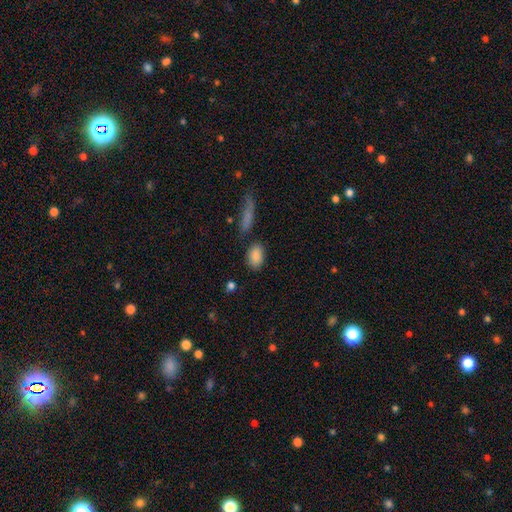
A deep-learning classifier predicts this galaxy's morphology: This appears to be a smooth galaxy with no disk features (87%) that is in between round and cigar-shaped (88%). Merging: none (77%).